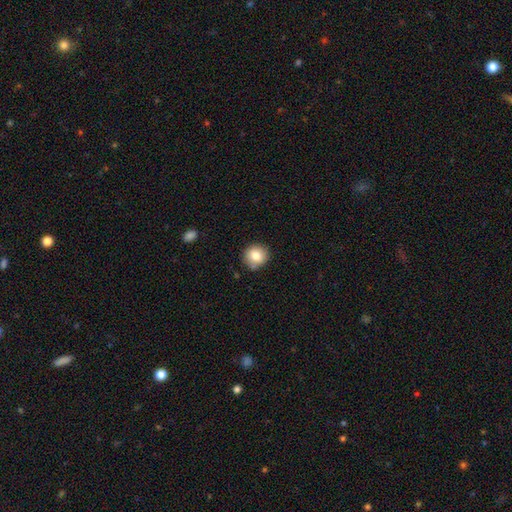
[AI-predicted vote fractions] Overall: smooth (83%). How rounded: round (91%). Merging: none (84%).